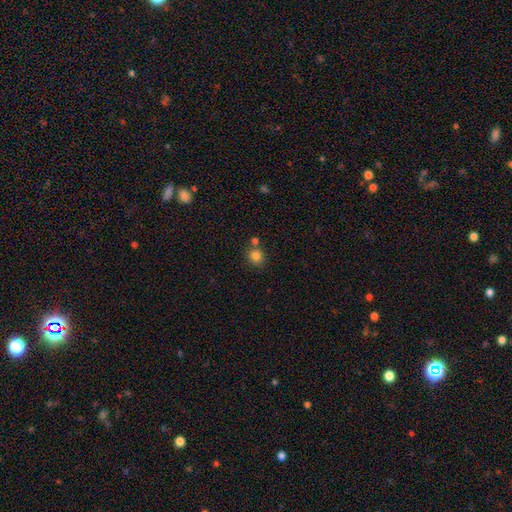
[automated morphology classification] smooth 83%, star or artifact 12%, featured or disk 5%. Down the decision tree: how rounded — round (84%); merging — none (70%).